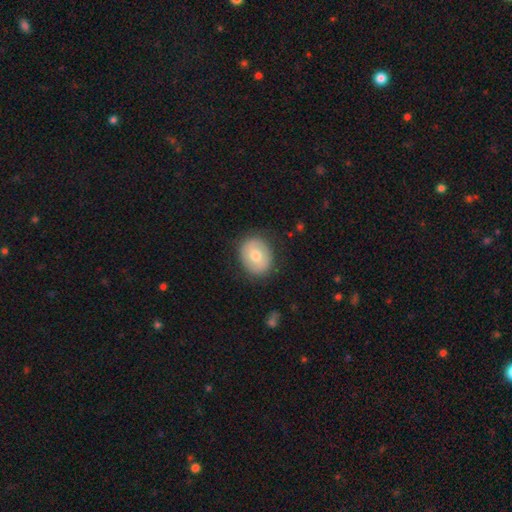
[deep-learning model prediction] This is likely a smooth galaxy (68%). How rounded: possibly round (56%). Merging: clearly none (84%).